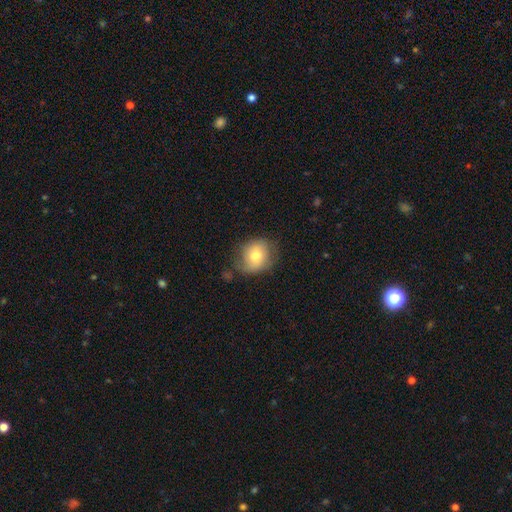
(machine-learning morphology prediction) smooth_or_featured: smooth (p=0.72) [alt: featured or disk p=0.20]
how_rounded: round (p=0.66) [alt: in between p=0.33]
merging: none (p=0.60) [alt: minor disturbance p=0.28]